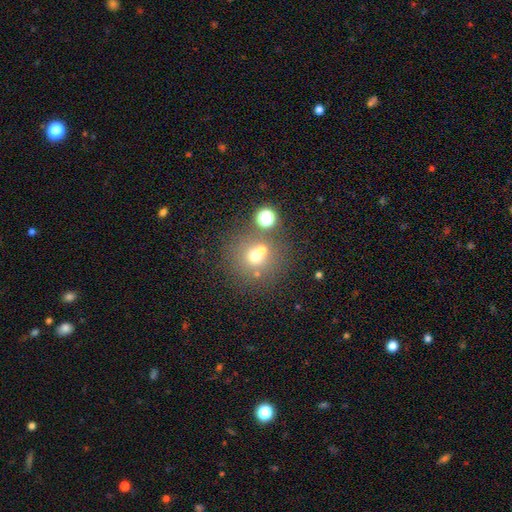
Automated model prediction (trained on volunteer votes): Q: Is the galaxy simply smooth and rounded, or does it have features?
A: smooth — 61%.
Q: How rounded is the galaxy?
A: round — 90%.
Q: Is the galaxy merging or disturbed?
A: none — 56%.